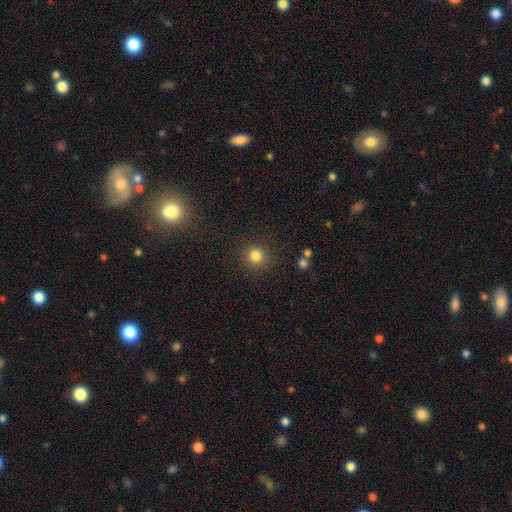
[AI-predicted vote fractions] smooth-or-featured: smooth: 83% | star or artifact: 13% | featured or disk: 5%
  how-rounded: round: 92% | in between: 7% | cigar-shaped: 1%
  merging: none: 86% | minor disturbance: 8% | major disturbance: 3% | merger: 2%